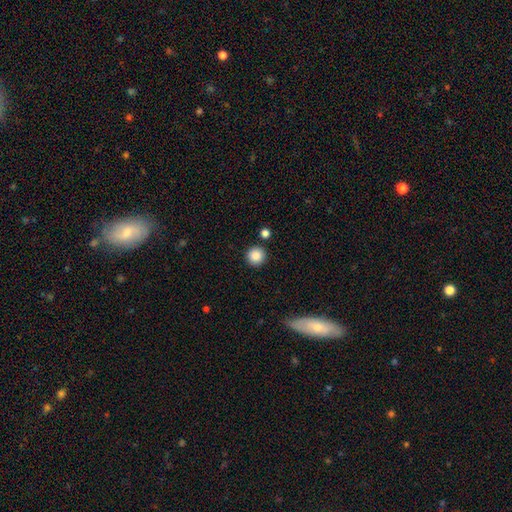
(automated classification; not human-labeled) This appears to be a smooth galaxy with no disk features (86%) that is round (95%). Merging: none (89%).